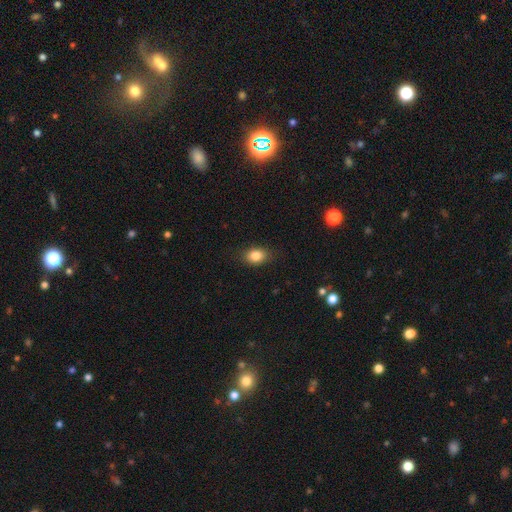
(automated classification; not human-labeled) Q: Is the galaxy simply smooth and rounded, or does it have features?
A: smooth — 84%.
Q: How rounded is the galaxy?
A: in between — 72%.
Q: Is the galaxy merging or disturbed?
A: none — 83%.